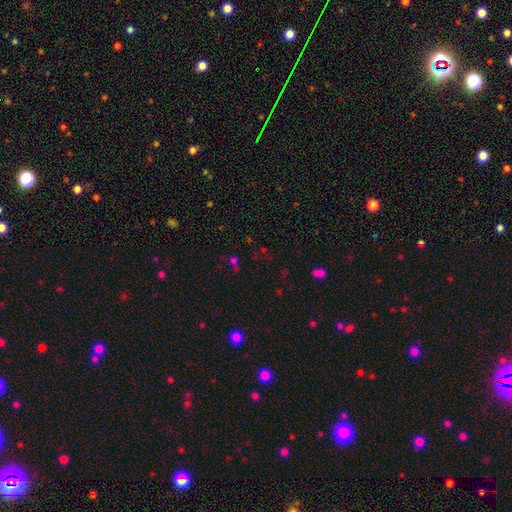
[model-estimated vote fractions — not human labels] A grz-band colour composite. It shows a star or artifact, not a galaxy (52%).